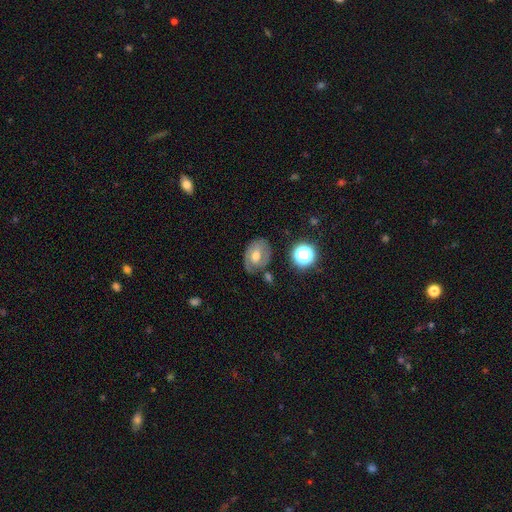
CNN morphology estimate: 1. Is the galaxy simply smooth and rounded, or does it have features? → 59% featured or disk, 31% smooth, 11% star or artifact.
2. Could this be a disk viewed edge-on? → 95% no, 5% yes.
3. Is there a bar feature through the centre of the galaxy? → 48% no, 40% weak, 12% strong.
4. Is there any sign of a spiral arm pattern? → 75% yes, 25% no.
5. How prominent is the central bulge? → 68% moderate, 17% small, 11% large, 2% none, 1% dominant.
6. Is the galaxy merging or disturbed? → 64% none, 22% minor disturbance, 9% major disturbance, 5% merger.